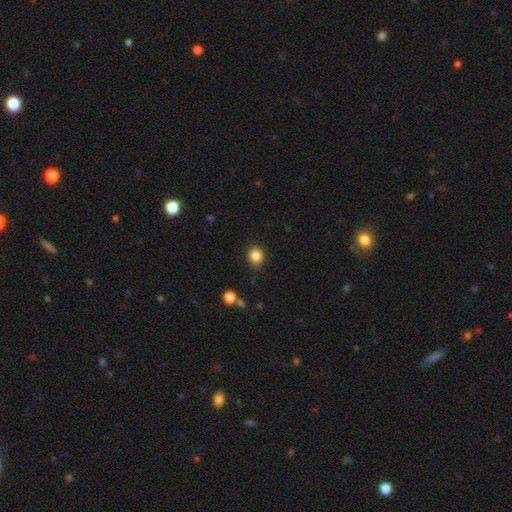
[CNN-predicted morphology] smooth_or_featured: smooth (p=0.85) [alt: star or artifact p=0.11]
how_rounded: round (p=0.78) [alt: in between p=0.21]
merging: none (p=0.88) [alt: minor disturbance p=0.08]